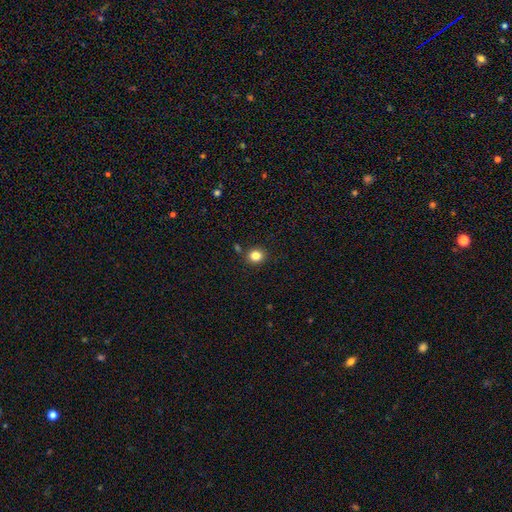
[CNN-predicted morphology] Smooth or featured? smooth (84%)
How rounded? round (80%)
Merging? none (87%)